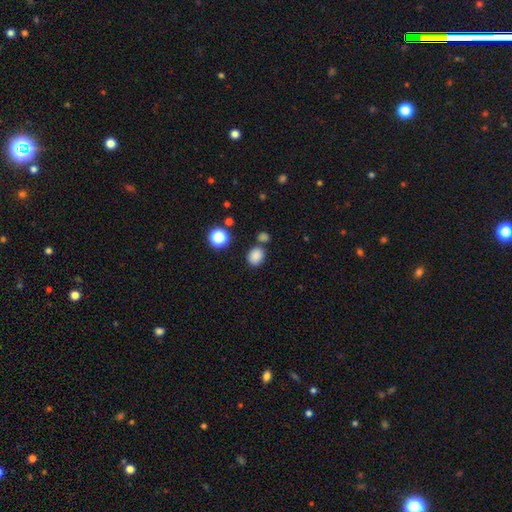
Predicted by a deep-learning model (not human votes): Smooth or featured?
  - smooth: 84% *
  - star or artifact: 12%
  - featured or disk: 4%
How rounded?
  - in between: 50% *
  - round: 49%
  - cigar-shaped: 1%
Merging?
  - none: 73% *
  - merger: 13%
  - minor disturbance: 11%
  - major disturbance: 4%